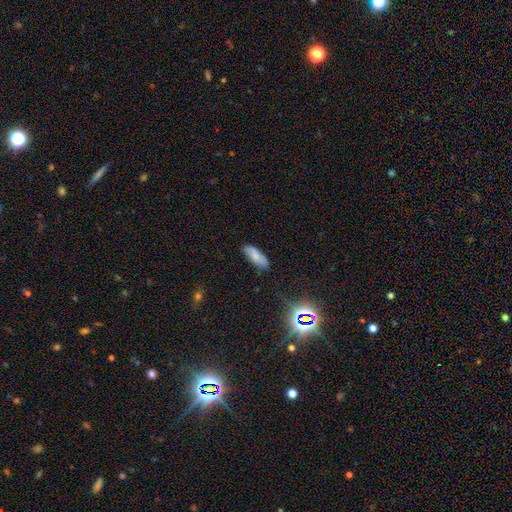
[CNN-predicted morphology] smooth_or_featured: smooth (p=0.74) [alt: featured or disk p=0.16]
how_rounded: in between (p=0.70) [alt: cigar-shaped p=0.28]
merging: none (p=0.83) [alt: minor disturbance p=0.13]